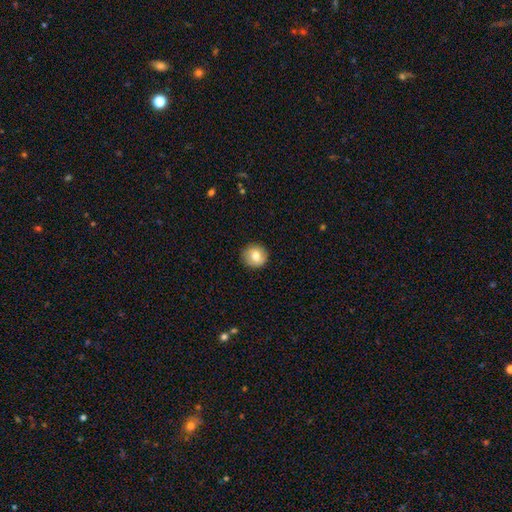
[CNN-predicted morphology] smooth_or_featured: smooth (p=0.77) [alt: featured or disk p=0.15]
how_rounded: round (p=0.93) [alt: in between p=0.06]
merging: none (p=0.90) [alt: minor disturbance p=0.07]